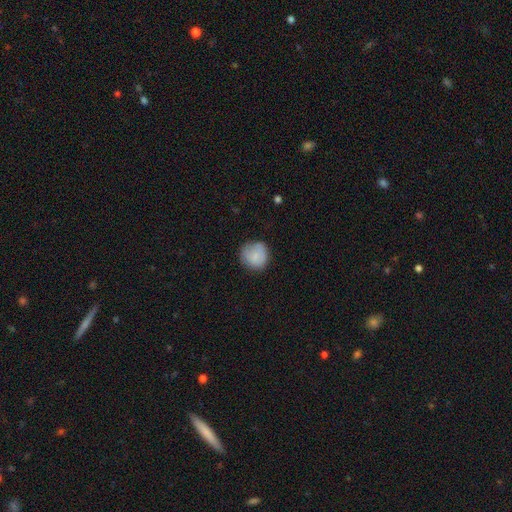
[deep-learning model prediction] This appears to be a smooth galaxy with no disk features (80%) that is round (90%). Merging: none (74%).